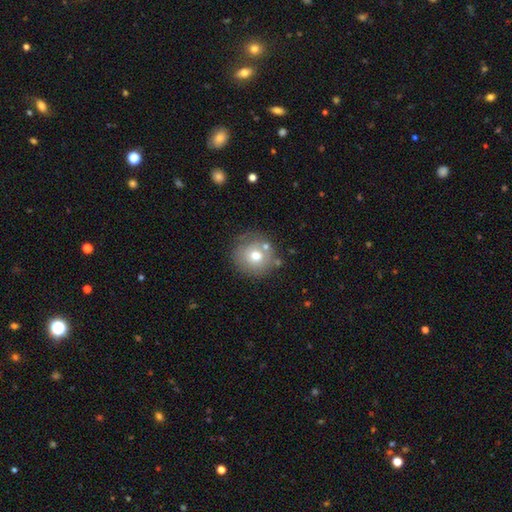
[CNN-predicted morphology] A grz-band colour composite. It shows a smooth galaxy with no disk features (70%) that is round (92%). Merging: none (74%).